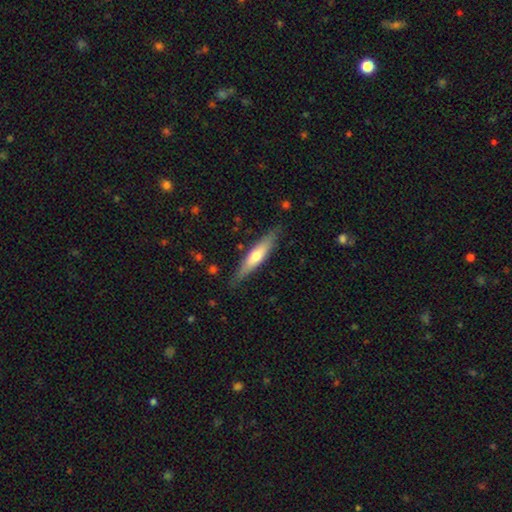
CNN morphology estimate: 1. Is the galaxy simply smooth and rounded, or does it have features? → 53% smooth, 42% featured or disk, 5% star or artifact.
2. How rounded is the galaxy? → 79% cigar-shaped, 19% in between, 1% round.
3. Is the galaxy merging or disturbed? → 84% none, 13% minor disturbance, 2% major disturbance, 1% merger.